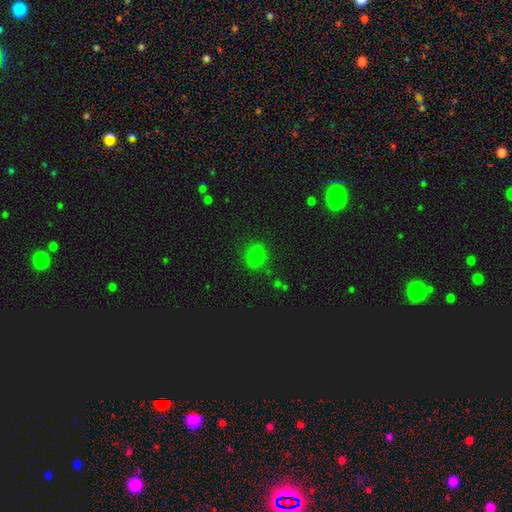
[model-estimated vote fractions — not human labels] Overall: smooth (78%). How rounded: in between (72%). Merging: none (83%).